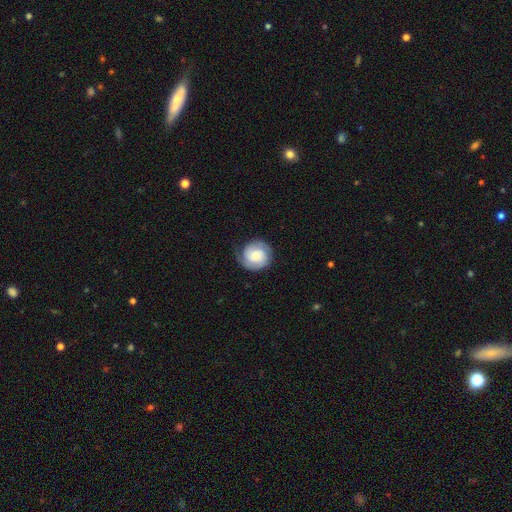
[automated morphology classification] This appears to be a featured or disk galaxy (62%) with no bar (70%), 2 (66%) tight (63%) spiral arms (92%) and a moderate central bulge (49%). Merging: none (75%).